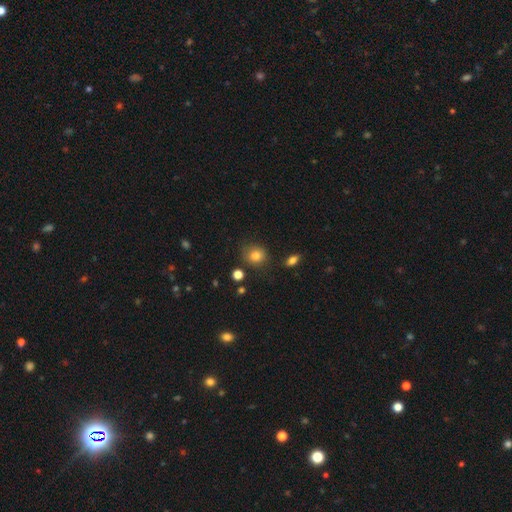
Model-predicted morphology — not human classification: The model was most divided on "how rounded": round: 75%, in between: 24%, cigar-shaped: 1%. More confident: smooth or featured — smooth (82%); merging — none (78%).